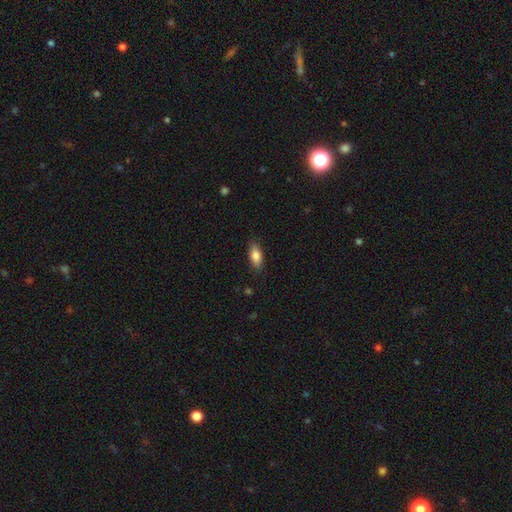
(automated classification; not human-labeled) Overall: smooth (82%). How rounded: in between (80%). Merging: none (85%).